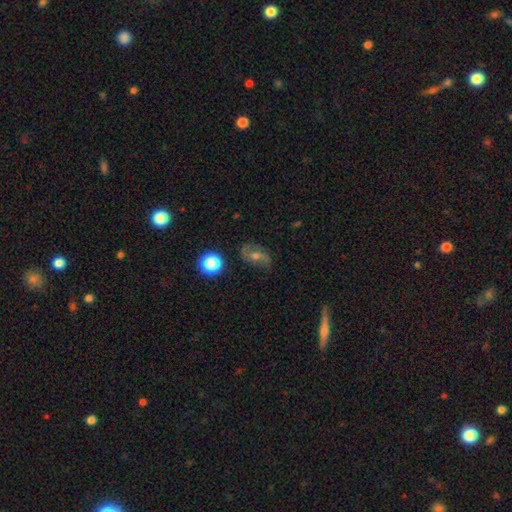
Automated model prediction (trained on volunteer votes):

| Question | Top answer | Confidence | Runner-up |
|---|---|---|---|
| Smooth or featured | featured or disk | 68% | smooth (18%) |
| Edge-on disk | no | 94% | yes (6%) |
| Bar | no | 43% | weak (38%) |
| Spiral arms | yes | 90% | no (10%) |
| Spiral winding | loose | 58% | medium (31%) |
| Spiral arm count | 2 | 90% | can't tell (5%) |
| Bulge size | moderate | 57% | small (34%) |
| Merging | none | 79% | minor disturbance (14%) |